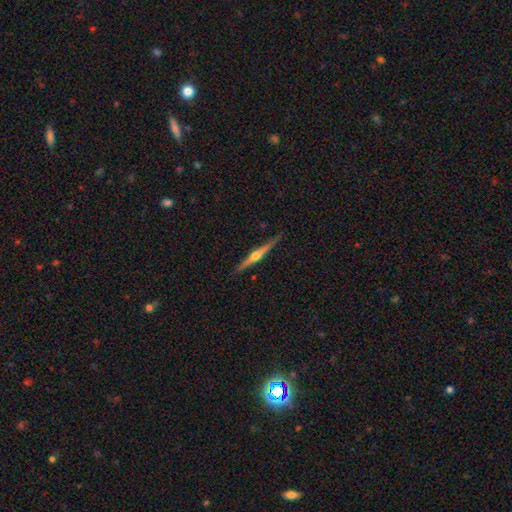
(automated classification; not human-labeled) smooth-or-featured: featured or disk: 79% | smooth: 15% | star or artifact: 5%
  disk-edge-on: yes: 98% | no: 2%
    edge-on-bulge: rounded: 93% | none: 4% | boxy: 3%
  merging: none: 89% | minor disturbance: 8% | major disturbance: 2% | merger: 1%